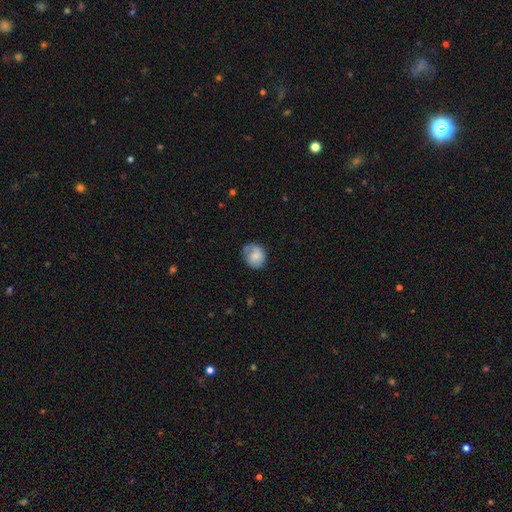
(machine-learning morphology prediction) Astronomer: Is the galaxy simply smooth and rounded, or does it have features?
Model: smooth — 65%.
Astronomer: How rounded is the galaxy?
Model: round — 68%.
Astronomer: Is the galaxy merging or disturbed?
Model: none — 56%.